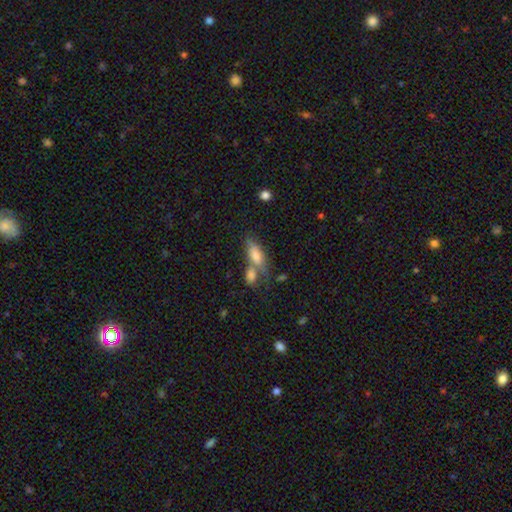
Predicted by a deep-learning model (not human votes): Smooth or featured? smooth (72%)
How rounded? in between (67%)
Merging? merger (42%)